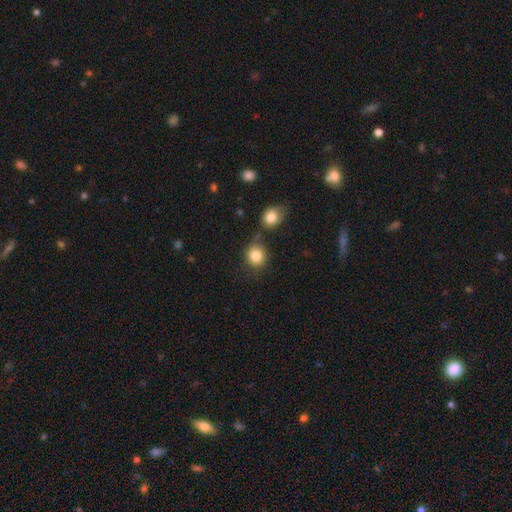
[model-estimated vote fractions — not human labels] This appears to be a smooth galaxy with no disk features (84%) that is round (80%). Merging: none (68%).